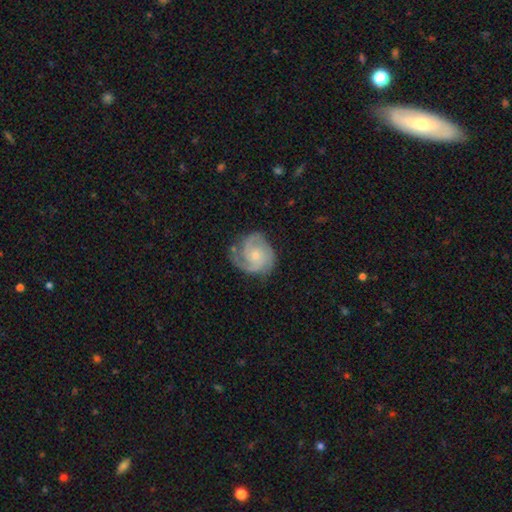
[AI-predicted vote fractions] A featured or disk galaxy (87%) with no bar (73%), 2 (41%) tight (56%) spiral arms (98%) and a small central bulge (67%).

Vote fractions:
- Smooth or featured? featured or disk: 87% / smooth: 8% / star or artifact: 5%
- Edge-on disk? no: 98% / yes: 2%
- Bar? no: 73% / weak: 23% / strong: 4%
- Spiral arms? yes: 98% / no: 2%
- Spiral winding? tight: 56% / medium: 37% / loose: 7%
- Spiral arm count? 2: 41% / 3: 40% / can't tell: 8% / 1: 4% / 4: 4% / more than 4: 3%
- Bulge size? small: 67% / moderate: 28% / none: 3% / large: 1% / dominant: 1%
- Merging? none: 72% / minor disturbance: 20% / major disturbance: 7% / merger: 2%